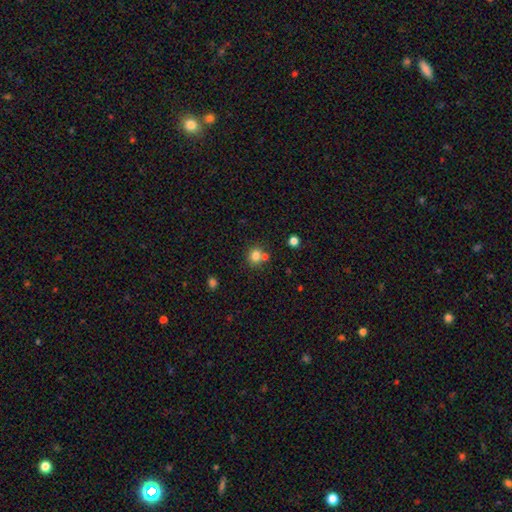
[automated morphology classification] Smooth or featured: smooth — 80% (star or artifact — 12%)
How rounded: round — 75% (in between — 24%)
Merging: none — 61% (merger — 26%)